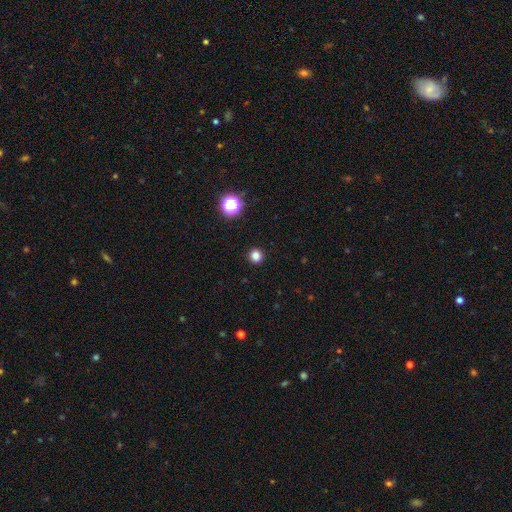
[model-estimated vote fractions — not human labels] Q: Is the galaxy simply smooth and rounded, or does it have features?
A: smooth — 82%.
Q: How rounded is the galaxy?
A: round — 95%.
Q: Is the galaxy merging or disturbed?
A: none — 93%.